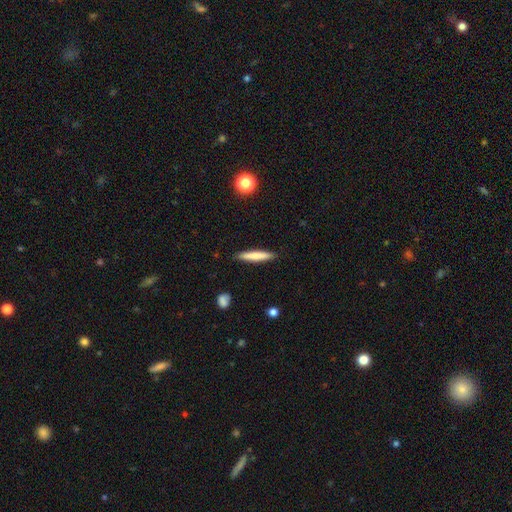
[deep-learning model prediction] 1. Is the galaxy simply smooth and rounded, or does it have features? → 72% smooth, 22% featured or disk, 6% star or artifact.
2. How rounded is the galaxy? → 93% cigar-shaped, 6% in between, 1% round.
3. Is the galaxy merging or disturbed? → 90% none, 7% minor disturbance, 2% major disturbance, 1% merger.